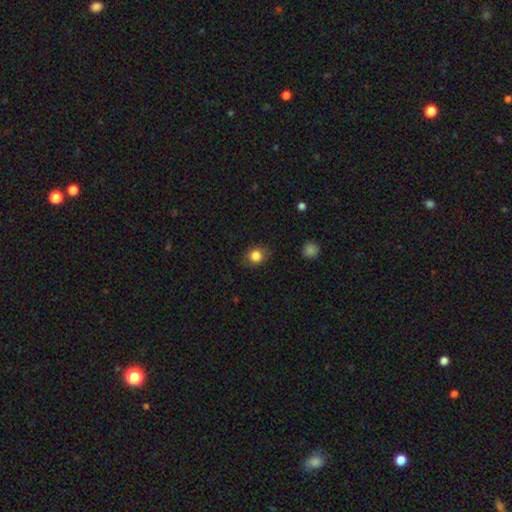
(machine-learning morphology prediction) smooth 83%, star or artifact 11%, featured or disk 6%. Down the decision tree: how rounded — round (72%); merging — none (83%).